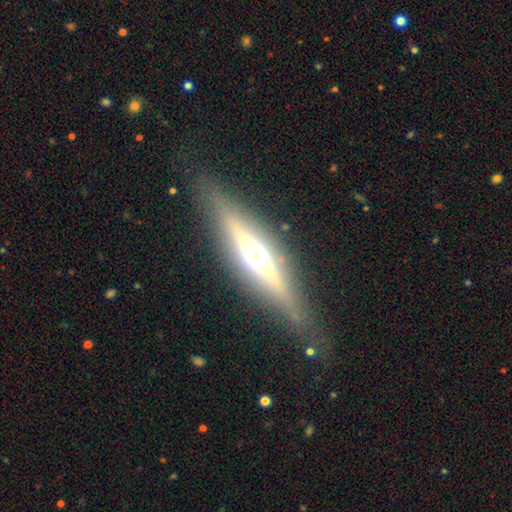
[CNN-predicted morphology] Smooth or featured? featured or disk (68%)
Edge-on disk? yes (93%)
Edge-on bulge? rounded (90%)
Merging? none (85%)